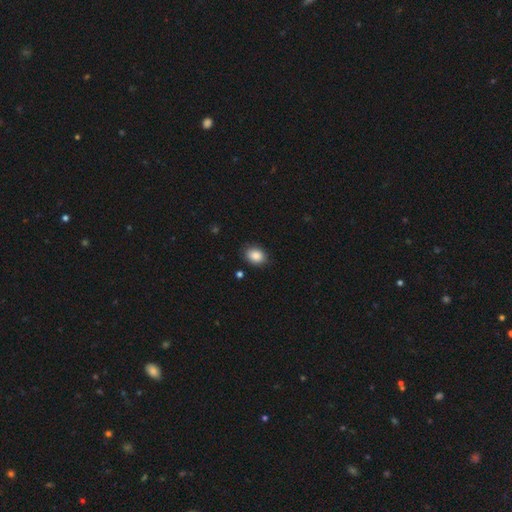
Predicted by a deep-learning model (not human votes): Smooth or featured? smooth (88%)
How rounded? in between (68%)
Merging? none (86%)